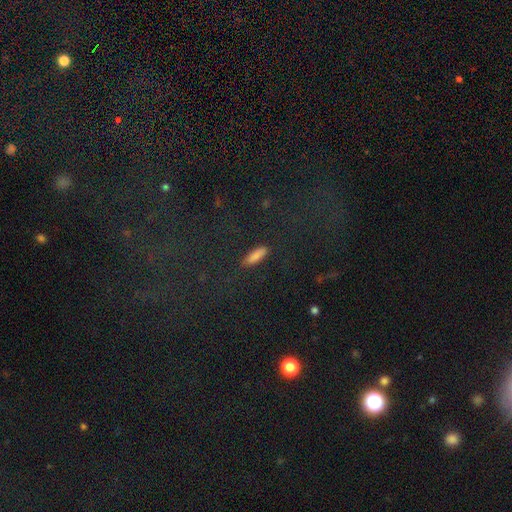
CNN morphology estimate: Smooth or featured?
  - smooth: 73% *
  - star or artifact: 17%
  - featured or disk: 10%
How rounded?
  - cigar-shaped: 58% *
  - in between: 38%
  - round: 4%
Merging?
  - none: 85% *
  - minor disturbance: 10%
  - major disturbance: 3%
  - merger: 2%